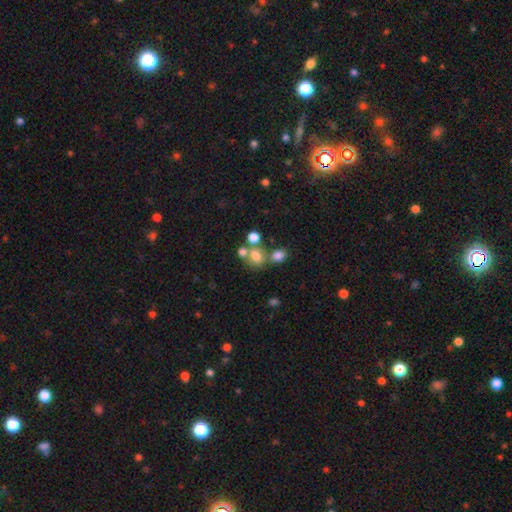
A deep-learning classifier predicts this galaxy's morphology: Smooth or featured: smooth — 70% (star or artifact — 16%)
How rounded: round — 60% (in between — 38%)
Merging: none — 47% (merger — 36%)